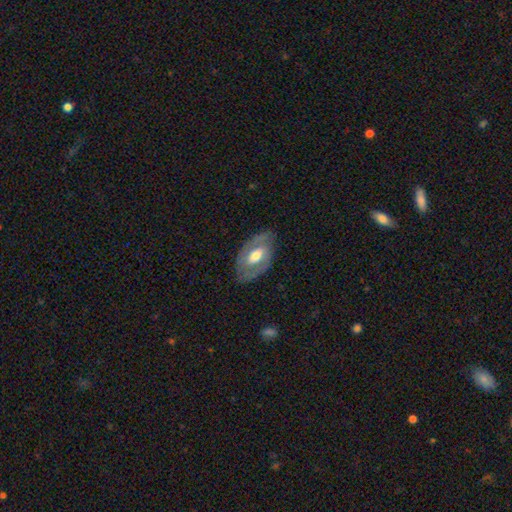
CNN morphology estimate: Smooth or featured? featured or disk (69%)
Edge-on disk? no (93%)
Bar? weak (41%)
Spiral arms? yes (68%)
Bulge size? moderate (63%)
Merging? none (77%)